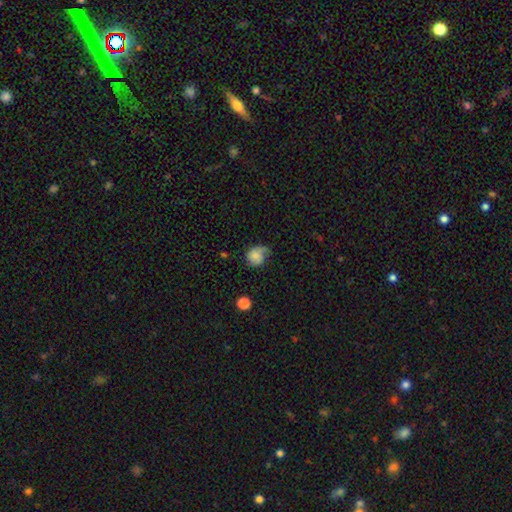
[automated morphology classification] smooth 56%, featured or disk 35%, star or artifact 9%. Down the decision tree: how rounded — round (67%); merging — none (41%).